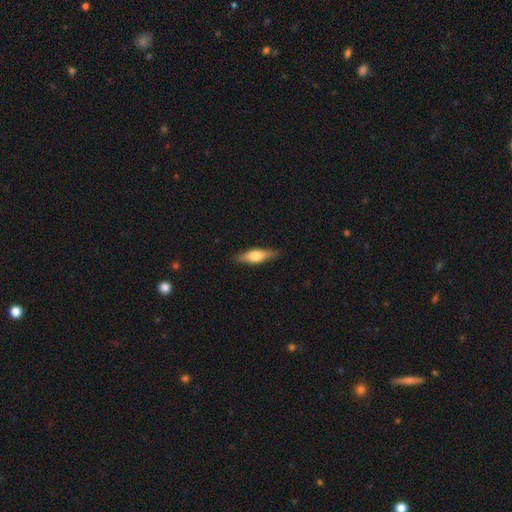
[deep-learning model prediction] Q: Smooth or featured?
A: smooth (58%); runner-up: featured or disk (36%)
Q: How rounded?
A: cigar-shaped (52%); runner-up: in between (45%)
Q: Merging?
A: none (87%); runner-up: minor disturbance (10%)